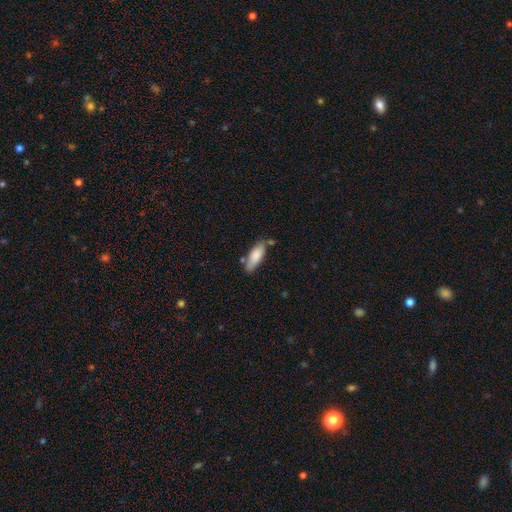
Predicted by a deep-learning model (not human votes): Overall: smooth (82%). How rounded: in between (65%; cigar-shaped 34%). Merging: none (65%).